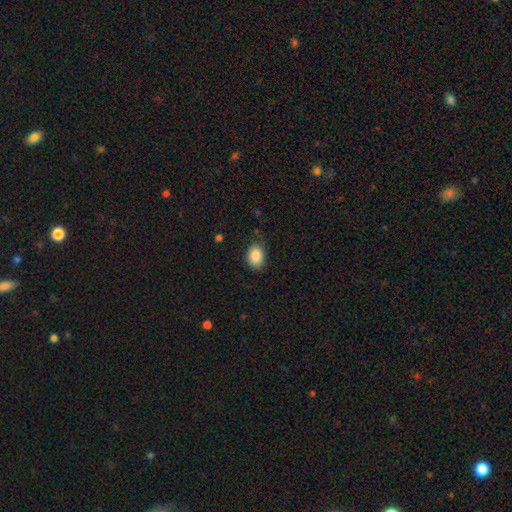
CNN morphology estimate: Smooth or featured?
  - smooth: 86% *
  - star or artifact: 8%
  - featured or disk: 5%
How rounded?
  - in between: 69% *
  - round: 30%
  - cigar-shaped: 1%
Merging?
  - none: 79% *
  - minor disturbance: 17%
  - major disturbance: 3%
  - merger: 1%